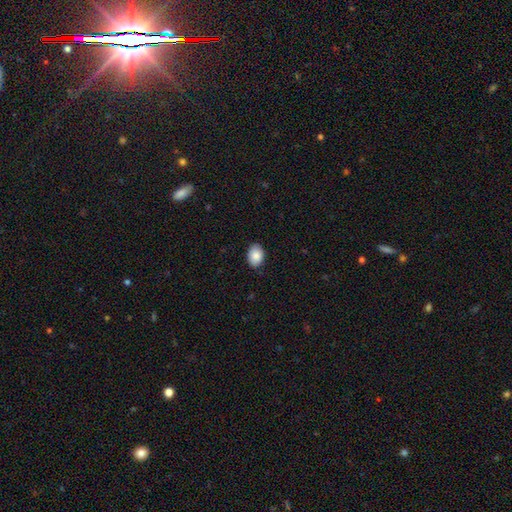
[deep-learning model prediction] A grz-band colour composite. It shows a smooth galaxy with no disk features (88%) that is in between round and cigar-shaped (81%). Merging: none (87%).